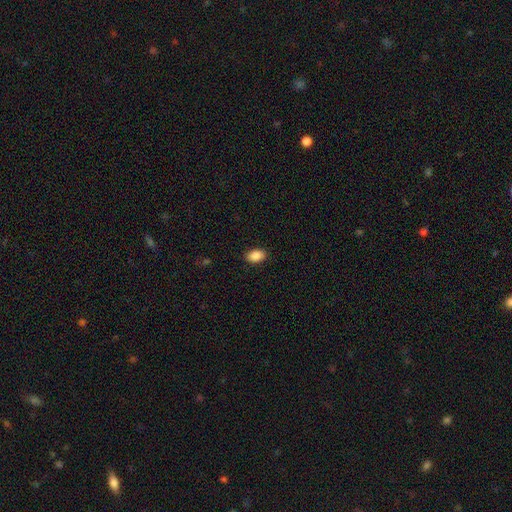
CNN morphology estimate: This appears to be a smooth galaxy with no disk features (88%) that is in between round and cigar-shaped (89%). Merging: none (89%).